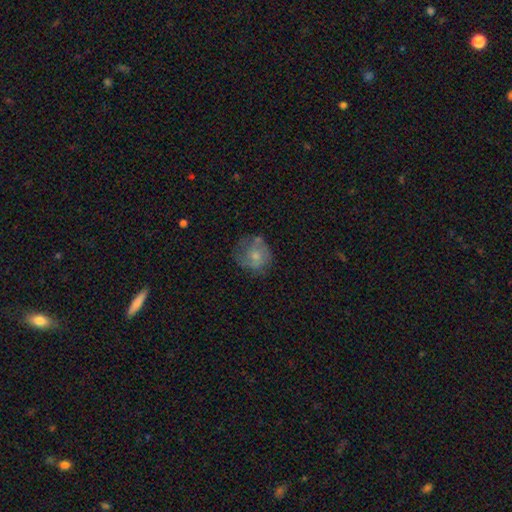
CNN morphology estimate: Overall: smooth (52%; featured or disk 39%). How rounded: round (75%). Merging: none (51%; minor disturbance 27%).